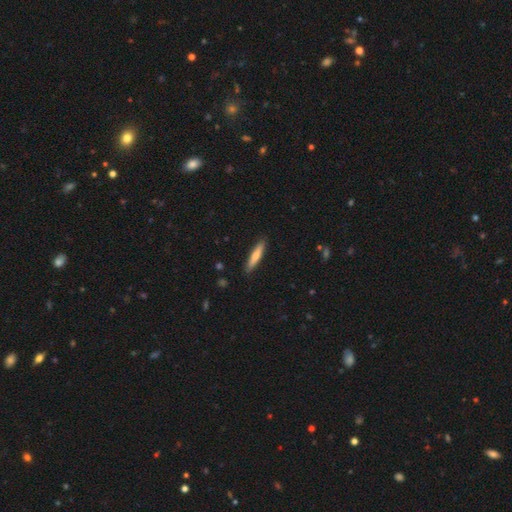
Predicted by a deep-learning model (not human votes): smooth_or_featured: smooth (p=0.66) [alt: featured or disk p=0.29]
how_rounded: cigar-shaped (p=0.88) [alt: in between p=0.11]
merging: none (p=0.90) [alt: minor disturbance p=0.08]